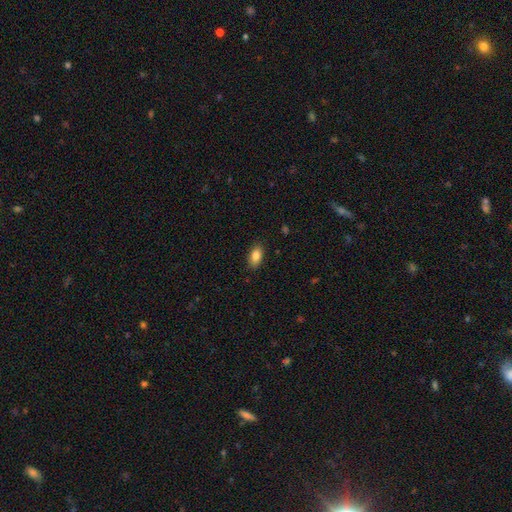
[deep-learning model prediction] A smooth galaxy with no disk features (86%) that is in between round and cigar-shaped (91%).

Vote fractions:
- Smooth or featured? smooth: 86% / star or artifact: 8% / featured or disk: 6%
- How rounded? in between: 91% / round: 5% / cigar-shaped: 4%
- Merging? none: 87% / minor disturbance: 10% / major disturbance: 2% / merger: 1%